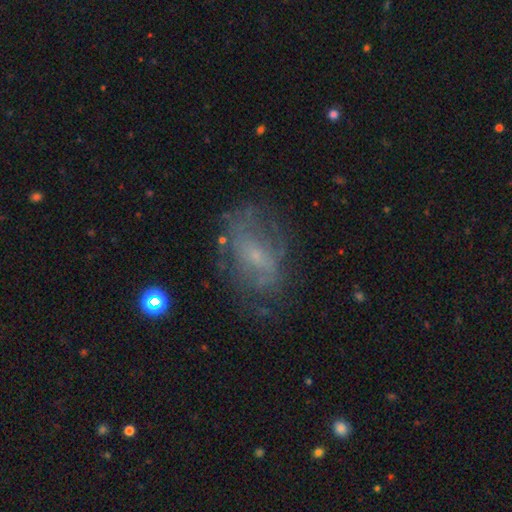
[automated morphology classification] Q: Smooth or featured?
A: featured or disk (56%); runner-up: smooth (31%)
Q: Edge-on disk?
A: no (95%); runner-up: yes (5%)
Q: Bar?
A: no (59%); runner-up: weak (33%)
Q: Spiral arms?
A: no (54%); runner-up: yes (46%)
Q: Bulge size?
A: small (67%); runner-up: moderate (16%)
Q: Merging?
A: none (55%); runner-up: minor disturbance (23%)